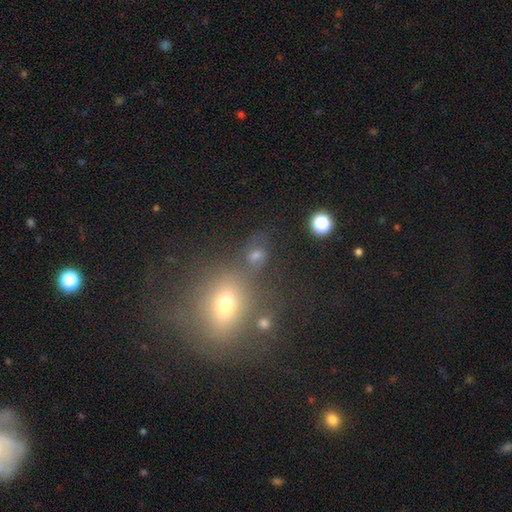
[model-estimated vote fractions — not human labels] A smooth galaxy with no disk features (51%) that is round (60%).

Vote fractions:
- Smooth or featured? smooth: 51% / star or artifact: 31% / featured or disk: 19%
- How rounded? round: 60% / in between: 36% / cigar-shaped: 3%
- Merging? none: 58% / minor disturbance: 16% / merger: 15% / major disturbance: 10%